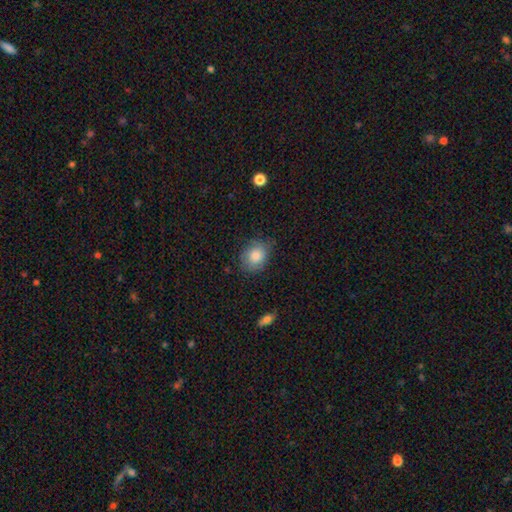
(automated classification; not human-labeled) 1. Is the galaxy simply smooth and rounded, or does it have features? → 83% smooth, 9% featured or disk, 8% star or artifact.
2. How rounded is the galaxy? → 50% in between, 49% round, 1% cigar-shaped.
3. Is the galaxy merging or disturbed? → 73% none, 21% minor disturbance, 4% major disturbance, 1% merger.